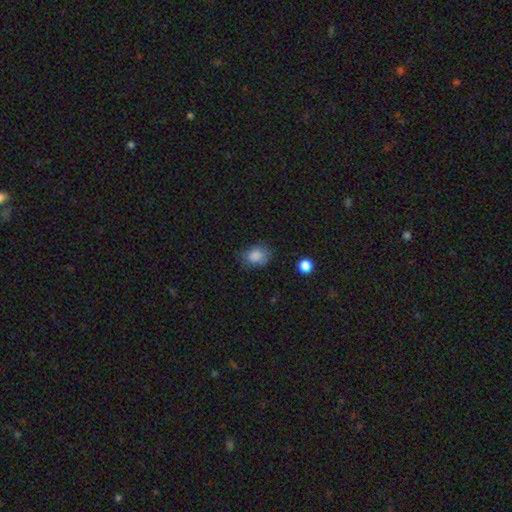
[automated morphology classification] Smooth or featured? Predicted: smooth (p=0.83). How rounded? Predicted: round (p=0.53). Merging? Predicted: none (p=0.62).